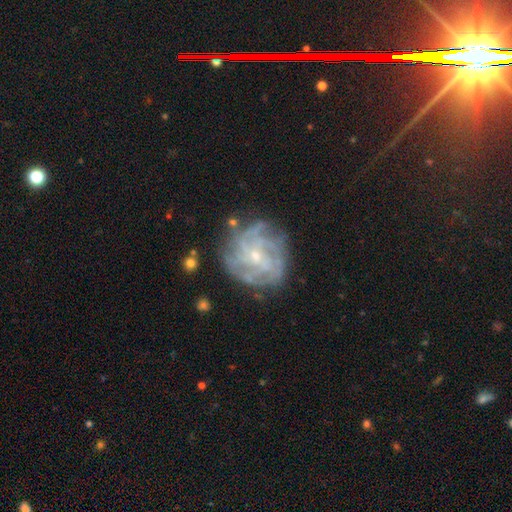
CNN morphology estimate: A featured or disk galaxy (83%) with no bar (59%), tight (60%) spiral arms (93%) and a small central bulge (74%).

Vote fractions:
- Smooth or featured? featured or disk: 83% / smooth: 9% / star or artifact: 8%
- Edge-on disk? no: 97% / yes: 3%
- Bar? no: 59% / weak: 34% / strong: 7%
- Spiral arms? yes: 93% / no: 7%
- Spiral winding? tight: 60% / medium: 30% / loose: 9%
- Spiral arm count? can't tell: 32% / 4: 26% / more than 4: 16% / 3: 12% / 2: 8% / 1: 6%
- Bulge size? small: 74% / moderate: 22% / none: 3% / large: 1% / dominant: 1%
- Merging? none: 76% / minor disturbance: 15% / major disturbance: 7% / merger: 2%